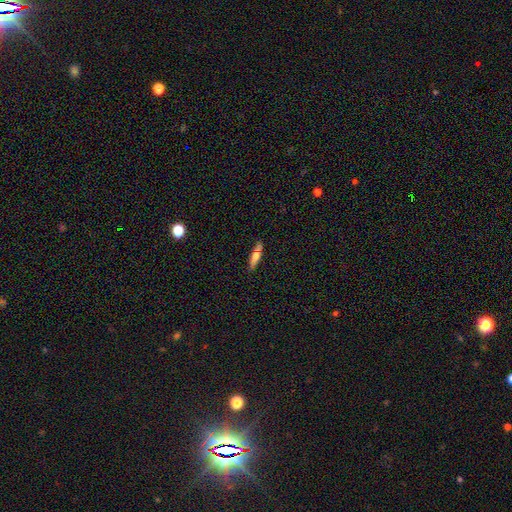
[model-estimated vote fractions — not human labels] Overall: smooth (58%; featured or disk 34%). How rounded: cigar-shaped (76%). Merging: none (69%).